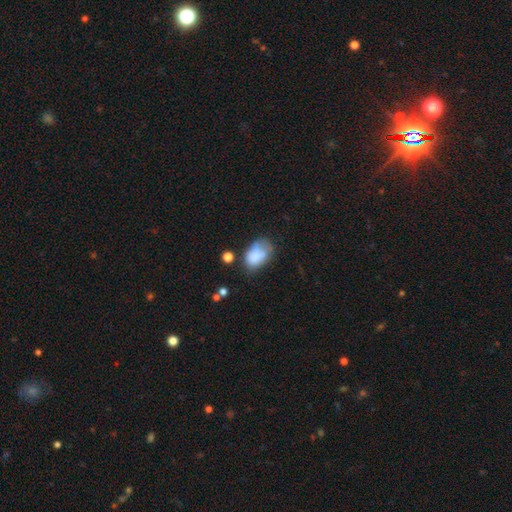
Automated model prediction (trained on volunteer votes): Morphology: type=smooth (75%); roundness=in between (83%); merging=none (38%).